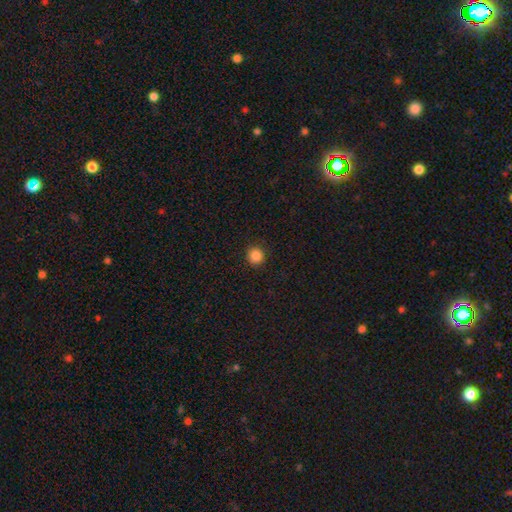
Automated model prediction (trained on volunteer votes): smooth 86%, star or artifact 11%, featured or disk 3%. Down the decision tree: how rounded — round (94%); merging — none (92%).